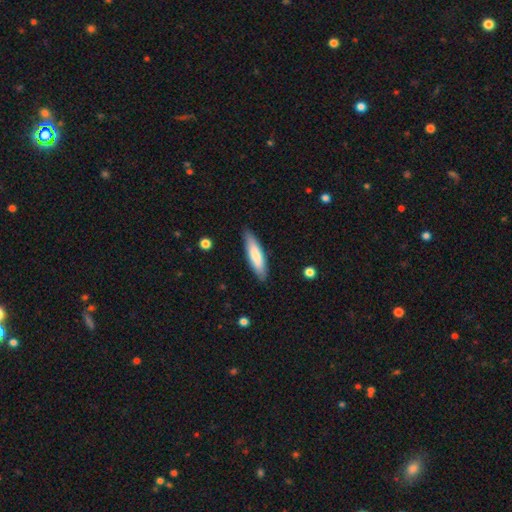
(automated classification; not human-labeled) Overall: smooth (78%). How rounded: cigar-shaped (70%). Merging: none (87%).